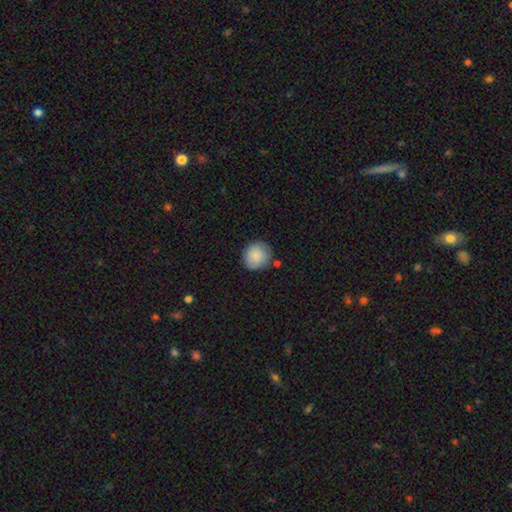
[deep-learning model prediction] Smooth or featured? Predicted: smooth (p=0.85). How rounded? Predicted: round (p=0.88). Merging? Predicted: none (p=0.77).